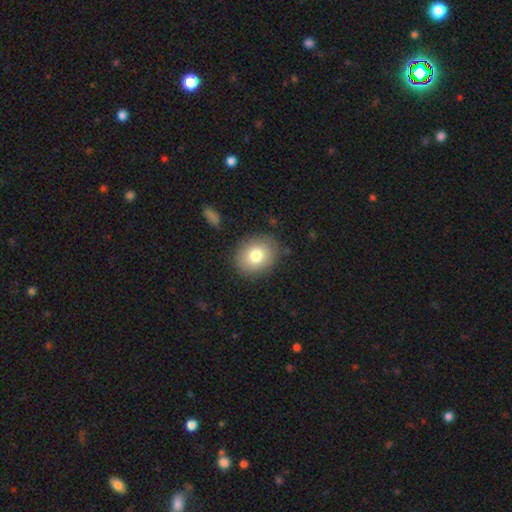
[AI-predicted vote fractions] Smooth or featured?
  - smooth: 78% *
  - featured or disk: 13%
  - star or artifact: 10%
How rounded?
  - round: 61% *
  - in between: 39%
  - cigar-shaped: 1%
Merging?
  - none: 85% *
  - minor disturbance: 10%
  - major disturbance: 3%
  - merger: 1%